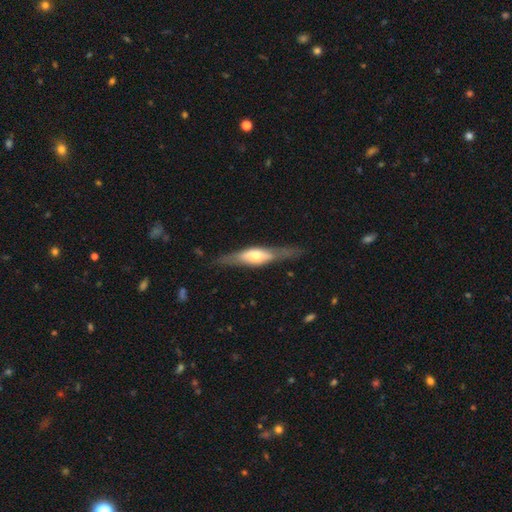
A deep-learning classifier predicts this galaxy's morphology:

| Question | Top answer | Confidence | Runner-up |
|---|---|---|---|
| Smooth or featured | featured or disk | 63% | smooth (32%) |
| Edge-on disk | yes | 86% | no (14%) |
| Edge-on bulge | rounded | 81% | boxy (14%) |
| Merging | none | 78% | minor disturbance (15%) |